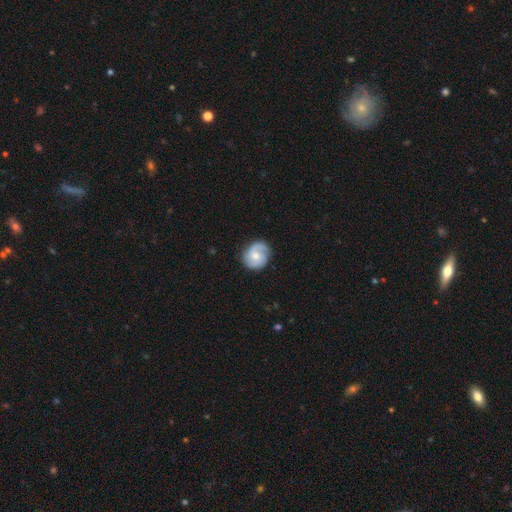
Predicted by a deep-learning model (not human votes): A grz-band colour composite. It shows a featured or disk galaxy (76%) with no bar (61%), 2 (78%) medium (45%) spiral arms (96%) and a moderate central bulge (56%). Merging: none (79%).